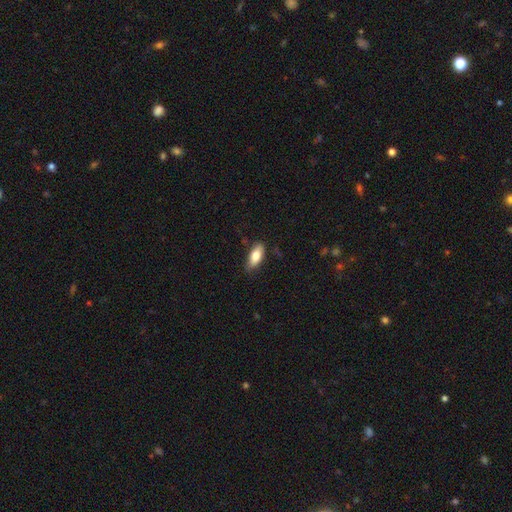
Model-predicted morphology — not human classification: A smooth galaxy with no disk features (78%) that is in between round and cigar-shaped (80%).

Vote fractions:
- Smooth or featured? smooth: 78% / featured or disk: 16% / star or artifact: 6%
- How rounded? in between: 80% / cigar-shaped: 17% / round: 3%
- Merging? none: 79% / minor disturbance: 17% / major disturbance: 3% / merger: 1%